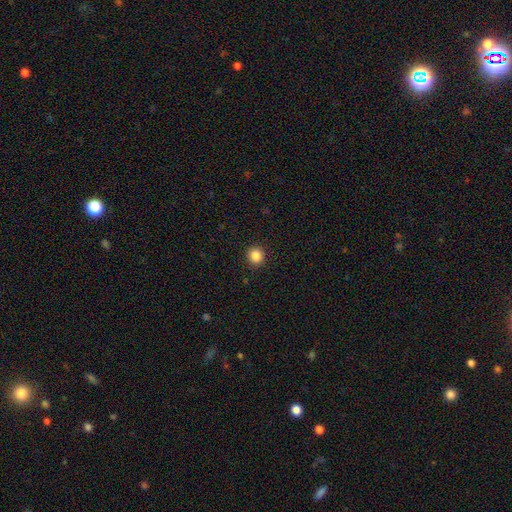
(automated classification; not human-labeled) Overall: smooth (86%). How rounded: round (91%). Merging: none (92%).